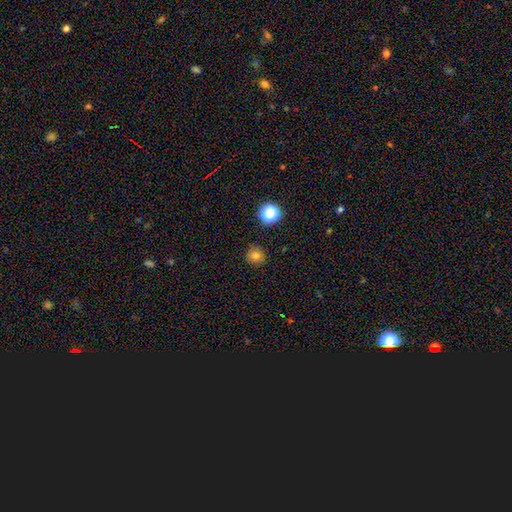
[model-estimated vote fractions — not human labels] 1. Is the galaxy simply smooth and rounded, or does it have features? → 76% smooth, 16% star or artifact, 8% featured or disk.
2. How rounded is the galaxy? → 91% round, 8% in between, 1% cigar-shaped.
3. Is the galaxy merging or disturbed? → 88% none, 8% minor disturbance, 2% major disturbance, 1% merger.